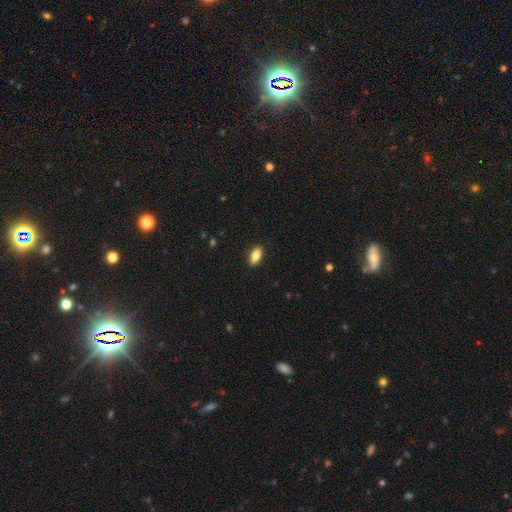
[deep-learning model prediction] A smooth galaxy with no disk features (85%) that is in between round and cigar-shaped (87%). Merging: none (89%).